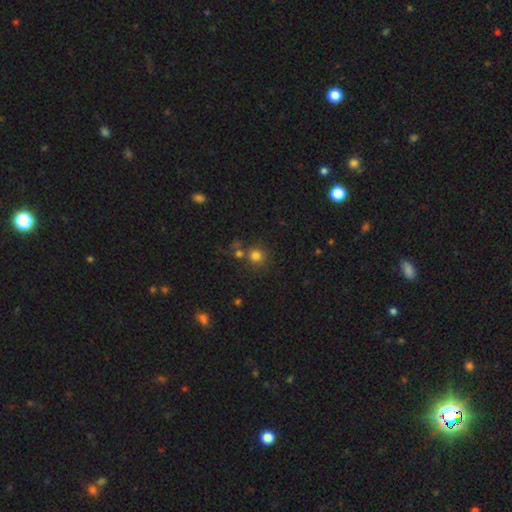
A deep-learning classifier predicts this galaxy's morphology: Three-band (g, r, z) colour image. It shows a smooth galaxy with no disk features (77%) that is round (90%). Merging: none (67%).